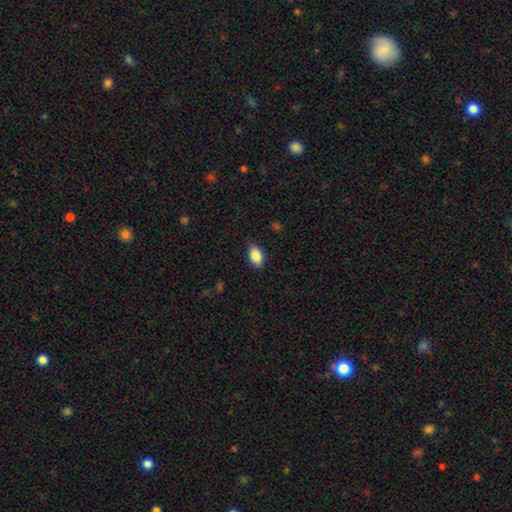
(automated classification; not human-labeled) Morphology: type=smooth (88%); roundness=in between (91%); merging=none (85%).